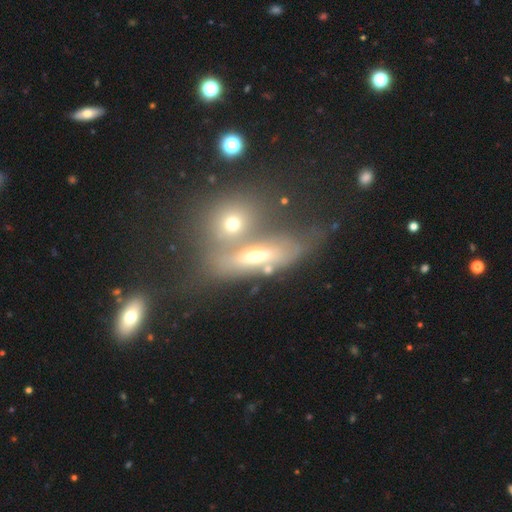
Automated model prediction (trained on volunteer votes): Smooth or featured? Predicted: featured or disk (p=0.49). Merging? Predicted: merger (p=0.46).